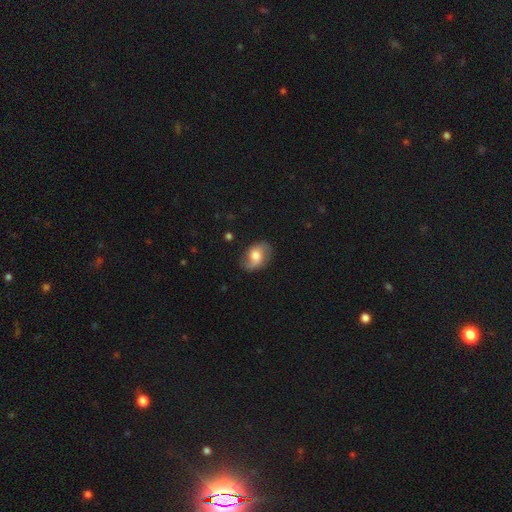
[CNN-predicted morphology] featured or disk 57%, smooth 36%, star or artifact 7%. Down the decision tree: edge-on disk — no (96%); bar — no (54%); spiral arms — yes (87%); bulge size — moderate (53%); merging — none (73%).